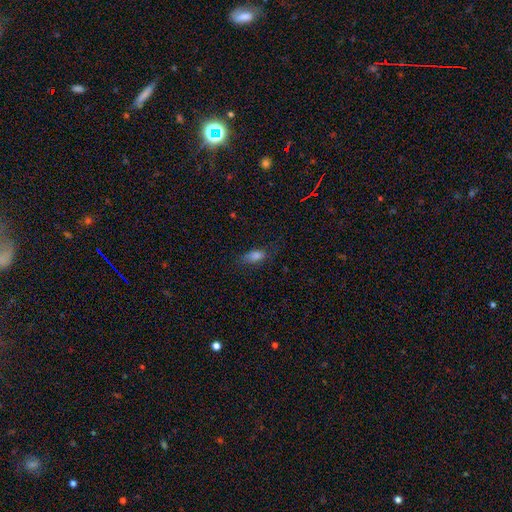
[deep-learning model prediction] smooth-or-featured: smooth: 77% | star or artifact: 13% | featured or disk: 11%
  how-rounded: in between: 80% | cigar-shaped: 14% | round: 6%
  merging: none: 68% | minor disturbance: 22% | major disturbance: 9% | merger: 1%